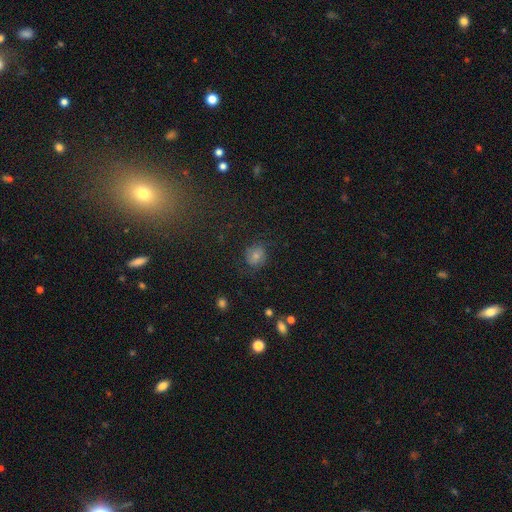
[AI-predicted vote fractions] Morphology: type=smooth (59%); roundness=round (69%); merging=none (67%).